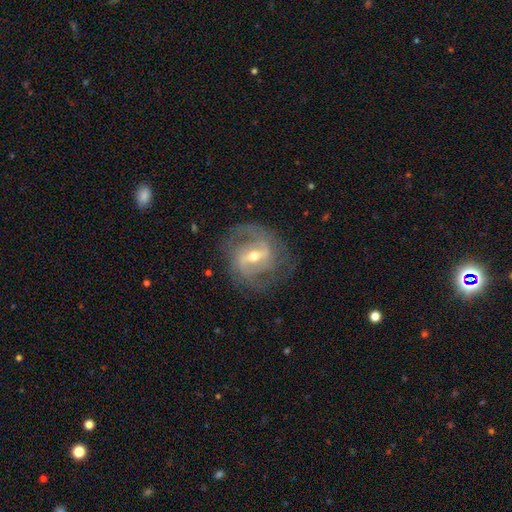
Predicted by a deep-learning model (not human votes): smooth_or_featured: featured or disk (p=0.85) [alt: smooth p=0.09]
disk_edge_on: no (p=0.96) [alt: yes p=0.04]
bar: strong (p=0.43) [tied with: weak p=0.43]
has_spiral_arms: yes (p=0.92) [alt: no p=0.08]
spiral_winding: medium (p=0.47) [alt: tight p=0.35]
spiral_arm_count: 2 (p=0.73) [alt: can't tell p=0.12]
bulge_size: moderate (p=0.56) [alt: small p=0.39]
merging: none (p=0.76) [alt: minor disturbance p=0.15]